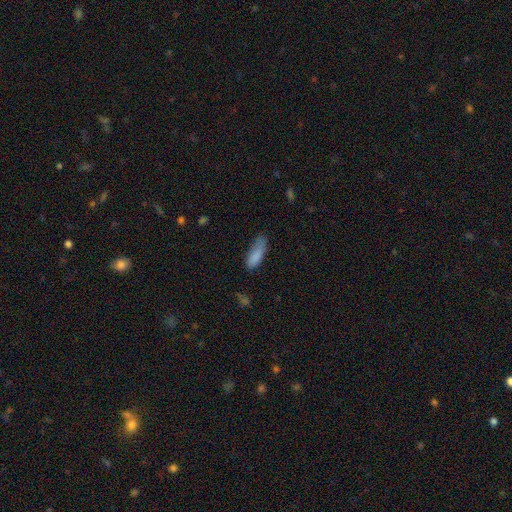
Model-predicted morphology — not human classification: This appears to be a smooth galaxy with no disk features (85%) that is in between round and cigar-shaped (57%). Merging: none (51%).